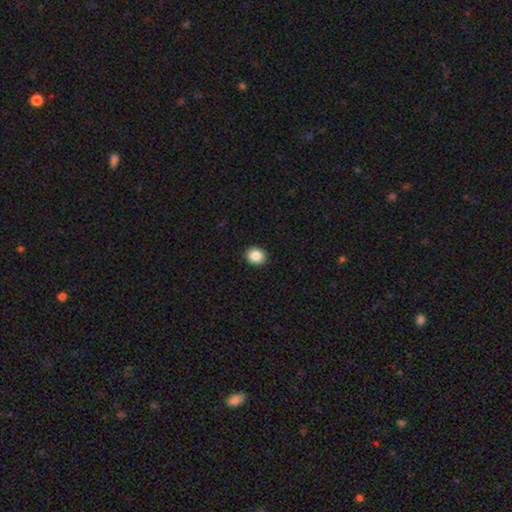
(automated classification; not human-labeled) A smooth galaxy with no disk features (87%) that is round (71%).

Vote fractions:
- Smooth or featured? smooth: 87% / star or artifact: 9% / featured or disk: 4%
- How rounded? round: 71% / in between: 28% / cigar-shaped: 1%
- Merging? none: 92% / minor disturbance: 5% / major disturbance: 2% / merger: 1%